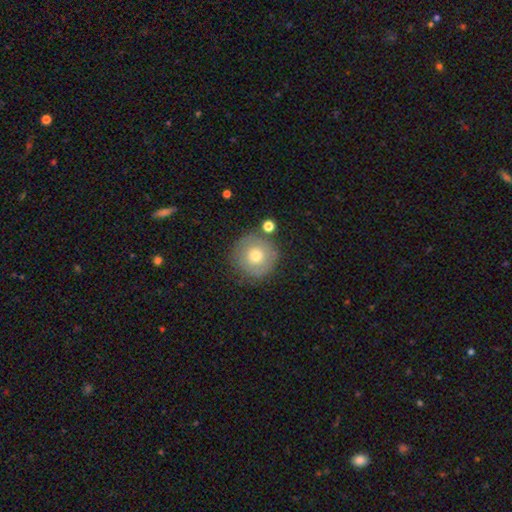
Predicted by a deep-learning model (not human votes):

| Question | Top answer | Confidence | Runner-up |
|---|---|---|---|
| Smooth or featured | smooth | 63% | featured or disk (29%) |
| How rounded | round | 95% | in between (4%) |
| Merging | none | 77% | minor disturbance (13%) |